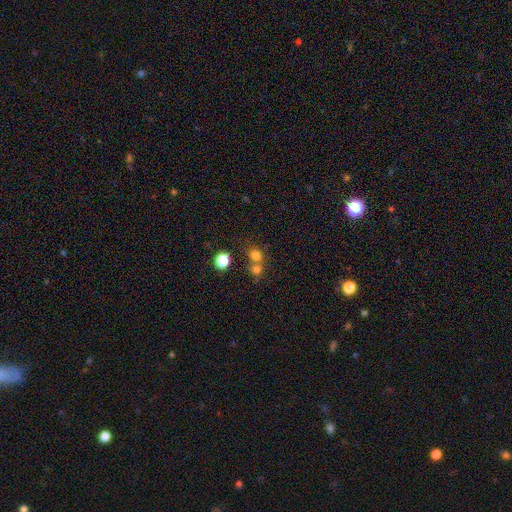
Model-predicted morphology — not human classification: A smooth galaxy with no disk features (73%) that is round (78%).

Vote fractions:
- Smooth or featured? smooth: 73% / star or artifact: 18% / featured or disk: 9%
- How rounded? round: 78% / in between: 21% / cigar-shaped: 1%
- Merging? none: 46% / merger: 44% / minor disturbance: 7% / major disturbance: 4%